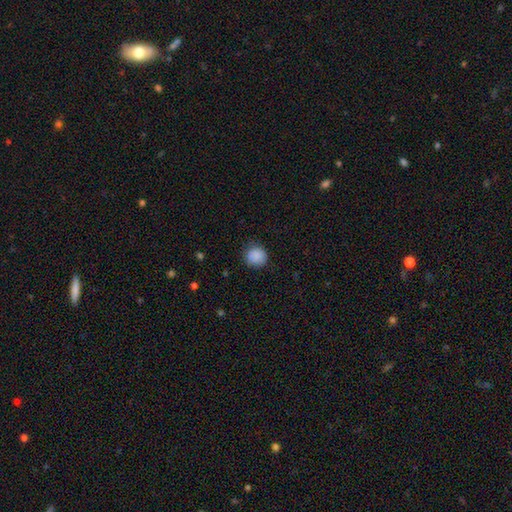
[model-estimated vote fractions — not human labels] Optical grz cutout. It shows a smooth galaxy with no disk features (88%) that is round (89%). Merging: none (84%).